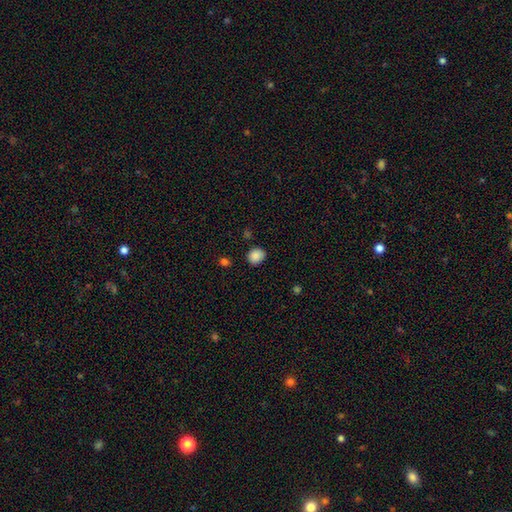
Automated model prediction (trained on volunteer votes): smooth 87%, star or artifact 9%, featured or disk 3%. Down the decision tree: how rounded — round (71%); merging — none (81%).